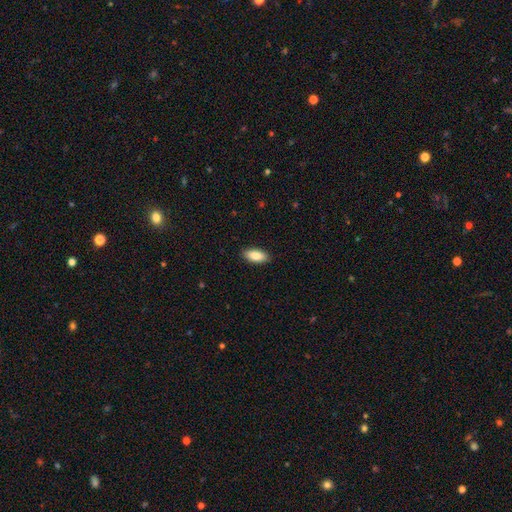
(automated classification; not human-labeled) Overall: smooth (86%). How rounded: in between (87%). Merging: none (90%).